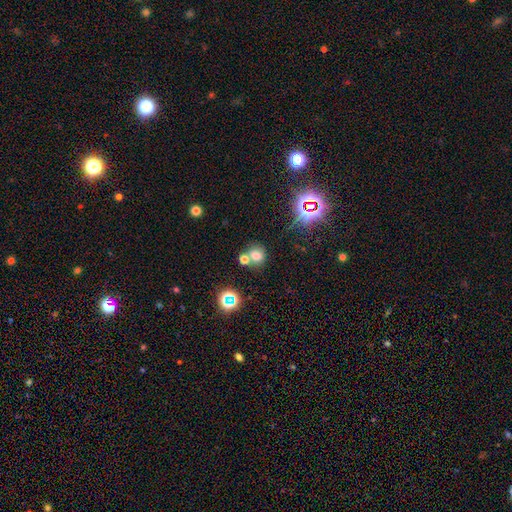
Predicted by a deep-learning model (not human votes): A smooth galaxy with no disk features (69%) that is round (81%). Merging: none (50%).